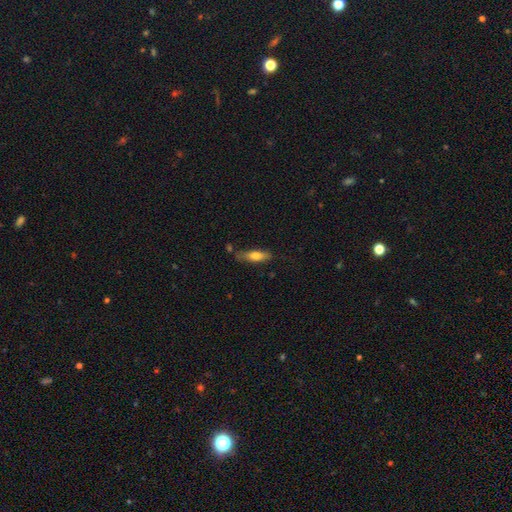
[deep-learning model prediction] Smooth or featured? Predicted: smooth (p=0.67). How rounded? Predicted: cigar-shaped (p=0.54). Merging? Predicted: none (p=0.69).